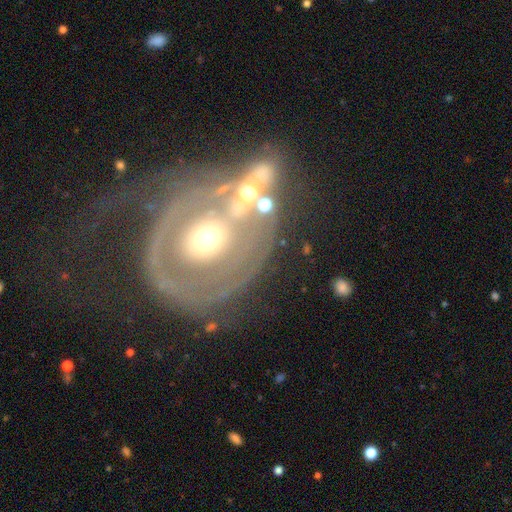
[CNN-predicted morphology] featured or disk 79%, smooth 13%, star or artifact 8%. Down the decision tree: edge-on disk — no (96%); bar — no (74%); spiral arms — yes (58%); bulge size — moderate (66%); merging — none (33%).